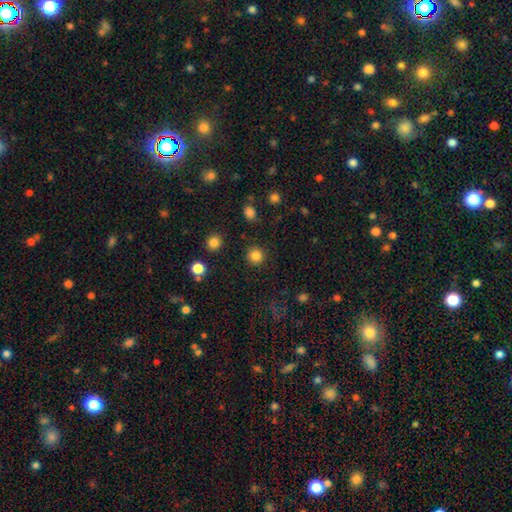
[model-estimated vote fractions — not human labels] A smooth galaxy with no disk features (84%) that is round (92%). Merging: none (89%).